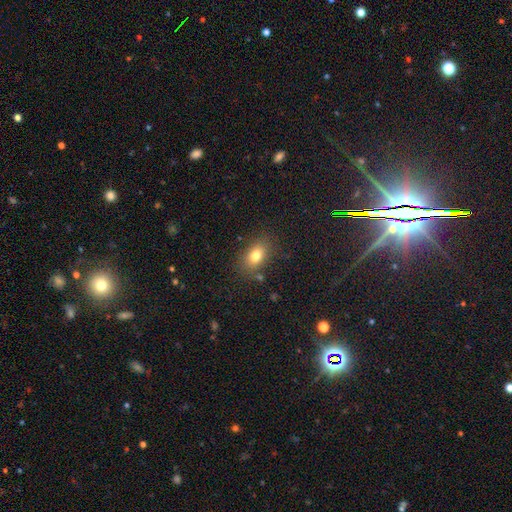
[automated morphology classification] Smooth or featured?
  - smooth: 78% *
  - featured or disk: 11%
  - star or artifact: 11%
How rounded?
  - in between: 80% *
  - round: 18%
  - cigar-shaped: 2%
Merging?
  - none: 79% *
  - minor disturbance: 13%
  - major disturbance: 4%
  - merger: 3%